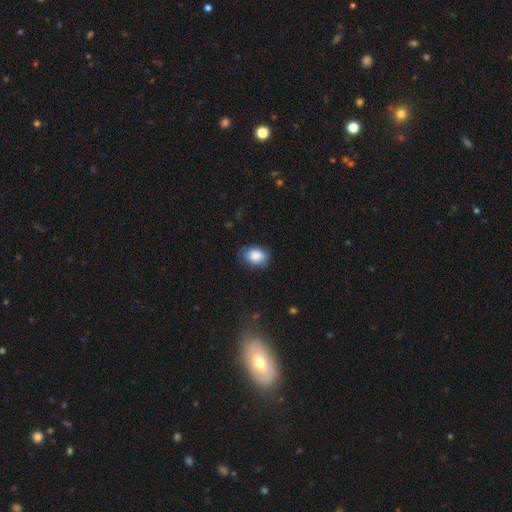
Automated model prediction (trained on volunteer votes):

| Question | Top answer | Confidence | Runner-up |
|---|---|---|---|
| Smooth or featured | smooth | 86% | star or artifact (8%) |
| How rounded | in between | 72% | round (27%) |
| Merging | none | 76% | minor disturbance (19%) |